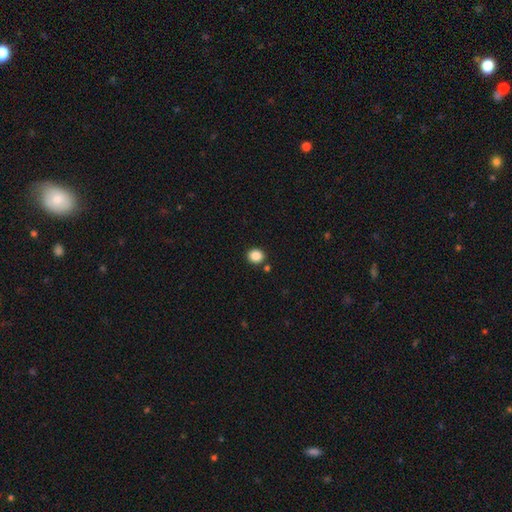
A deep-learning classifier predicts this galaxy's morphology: Q: Smooth or featured?
A: smooth (87%); runner-up: star or artifact (10%)
Q: How rounded?
A: round (77%); runner-up: in between (22%)
Q: Merging?
A: none (87%); runner-up: minor disturbance (7%)